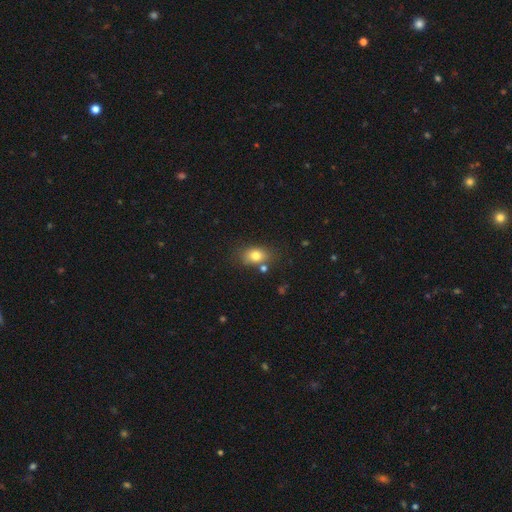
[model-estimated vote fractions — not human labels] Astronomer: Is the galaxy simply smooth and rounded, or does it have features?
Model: smooth — 79%.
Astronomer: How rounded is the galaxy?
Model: in between — 72%.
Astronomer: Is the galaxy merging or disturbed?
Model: none — 73%.